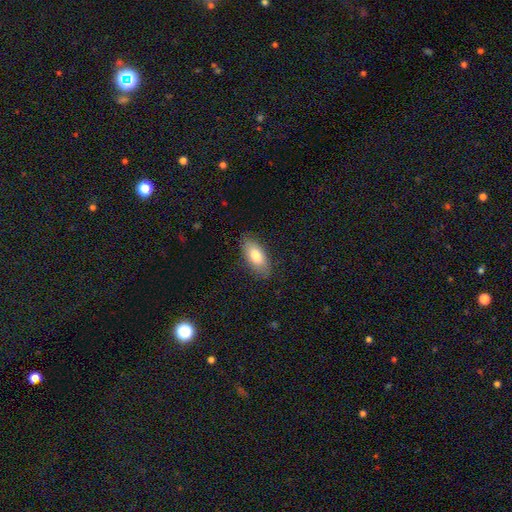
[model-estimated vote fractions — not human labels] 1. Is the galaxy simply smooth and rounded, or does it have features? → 78% smooth, 16% featured or disk, 6% star or artifact.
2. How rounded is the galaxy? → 87% in between, 10% cigar-shaped, 3% round.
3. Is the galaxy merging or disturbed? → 82% none, 14% minor disturbance, 3% major disturbance, 1% merger.